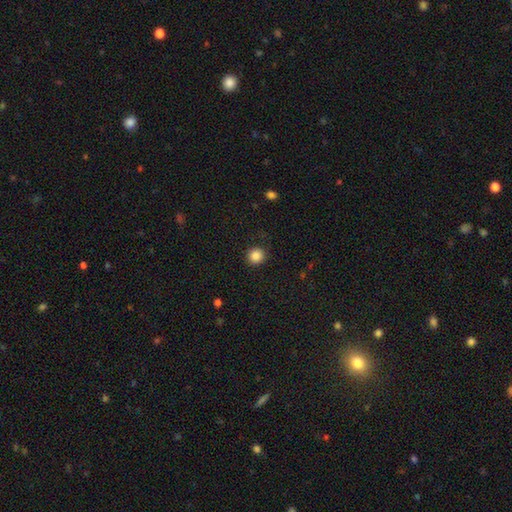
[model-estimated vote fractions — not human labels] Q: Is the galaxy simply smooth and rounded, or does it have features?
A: smooth — 87%.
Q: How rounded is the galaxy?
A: round — 91%.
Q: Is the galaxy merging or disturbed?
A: none — 90%.